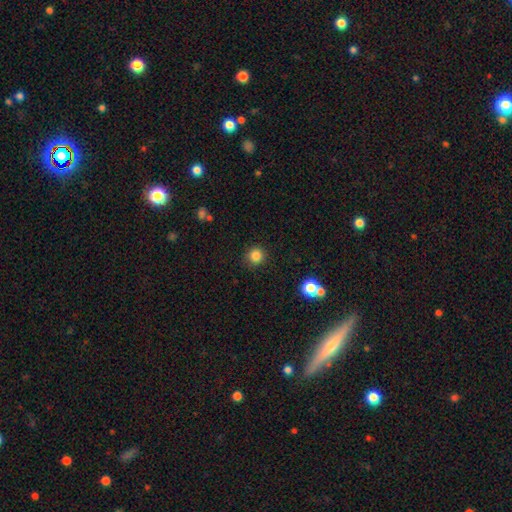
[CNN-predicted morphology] Smooth or featured?
  - smooth: 83% *
  - star or artifact: 12%
  - featured or disk: 4%
How rounded?
  - round: 93% *
  - in between: 6%
  - cigar-shaped: 1%
Merging?
  - none: 89% *
  - minor disturbance: 7%
  - major disturbance: 2%
  - merger: 2%